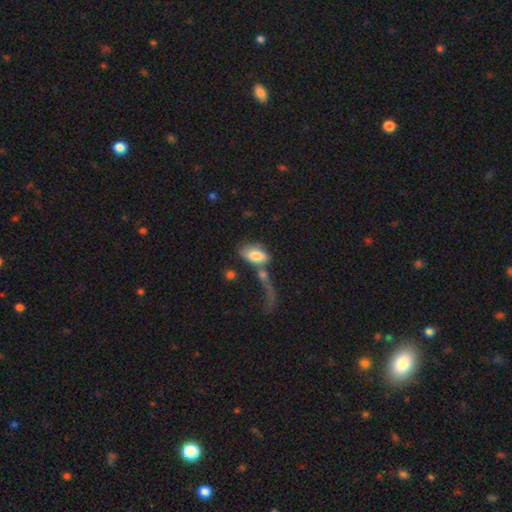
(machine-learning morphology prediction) A smooth galaxy with no disk features (76%) that is in between round and cigar-shaped (92%).

Vote fractions:
- Smooth or featured? smooth: 76% / featured or disk: 17% / star or artifact: 7%
- How rounded? in between: 92% / cigar-shaped: 5% / round: 4%
- Merging? merger: 38% / none: 26% / major disturbance: 23% / minor disturbance: 13%